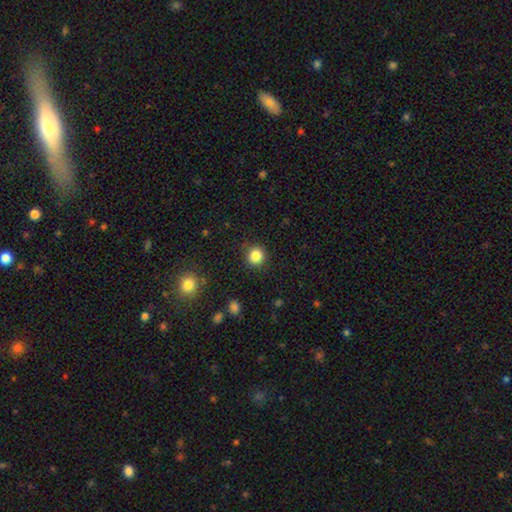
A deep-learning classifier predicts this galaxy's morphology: Smooth or featured: smooth — 84% (star or artifact — 11%)
How rounded: round — 91% (in between — 8%)
Merging: none — 88% (minor disturbance — 8%)